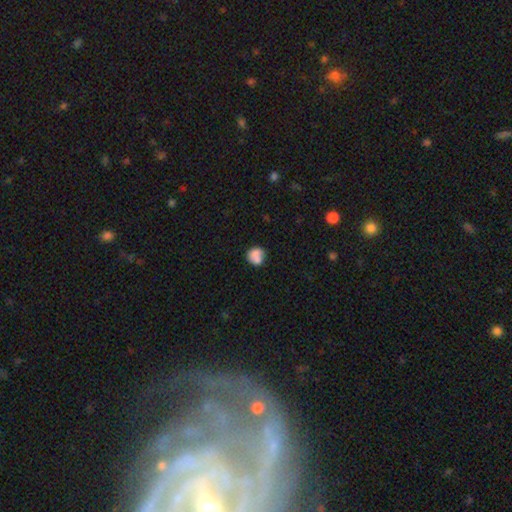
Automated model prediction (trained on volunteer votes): Smooth or featured? smooth (77%)
How rounded? round (74%)
Merging? none (46%)